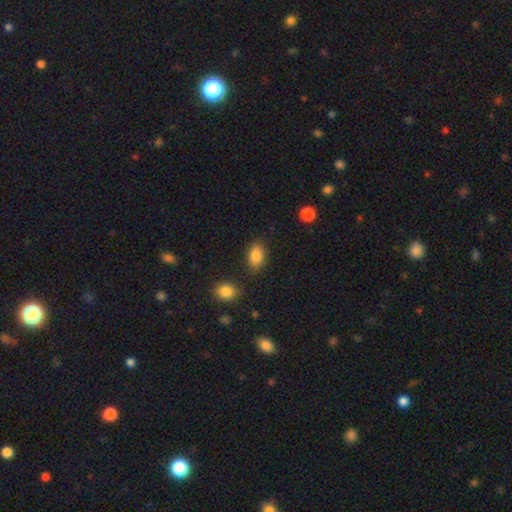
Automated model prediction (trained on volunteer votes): This appears to be a smooth galaxy with no disk features (85%) that is in between round and cigar-shaped (86%). Merging: none (80%).